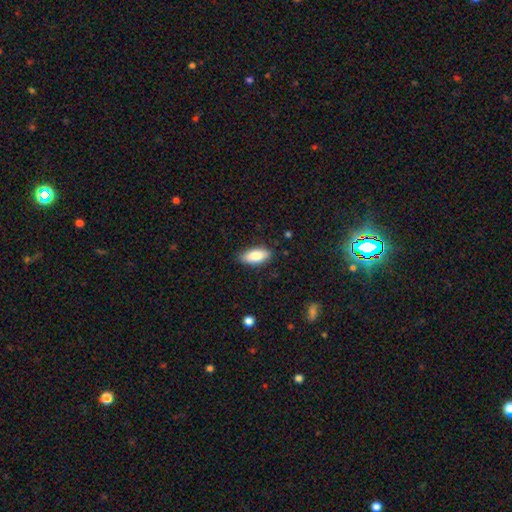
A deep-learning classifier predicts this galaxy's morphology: smooth_or_featured: smooth (p=0.82) [alt: featured or disk p=0.11]
how_rounded: in between (p=0.87) [alt: cigar-shaped p=0.11]
merging: none (p=0.85) [alt: minor disturbance p=0.12]